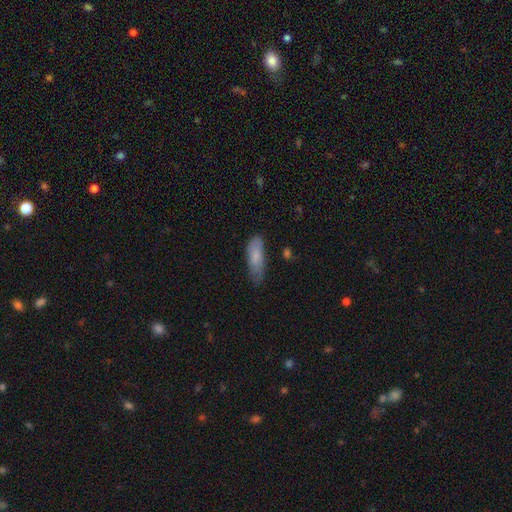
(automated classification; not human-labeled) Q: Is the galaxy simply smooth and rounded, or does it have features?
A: smooth — 81%.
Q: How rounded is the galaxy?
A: in between — 56%.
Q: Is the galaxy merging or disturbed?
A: none — 60%.